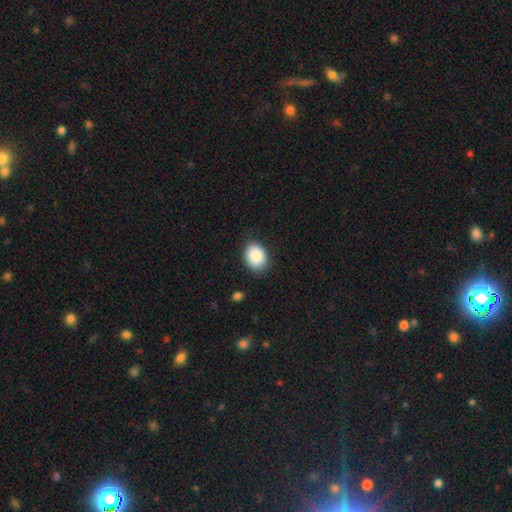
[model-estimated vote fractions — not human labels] Smooth or featured?
  - smooth: 89% *
  - star or artifact: 7%
  - featured or disk: 4%
How rounded?
  - in between: 56% *
  - round: 43%
  - cigar-shaped: 1%
Merging?
  - none: 85% *
  - minor disturbance: 11%
  - major disturbance: 3%
  - merger: 1%